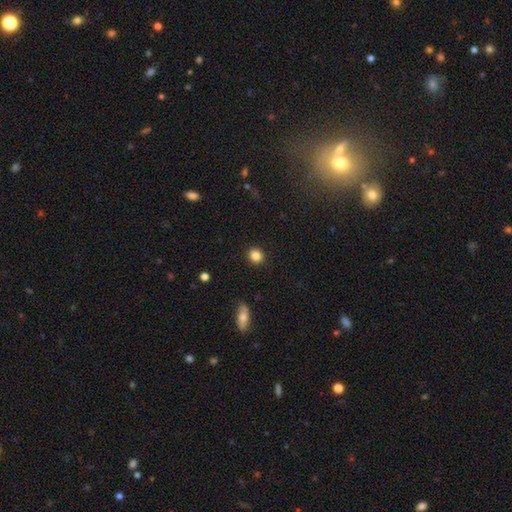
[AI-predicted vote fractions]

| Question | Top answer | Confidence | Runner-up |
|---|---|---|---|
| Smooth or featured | smooth | 85% | star or artifact (10%) |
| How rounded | round | 83% | in between (16%) |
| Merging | none | 91% | minor disturbance (6%) |